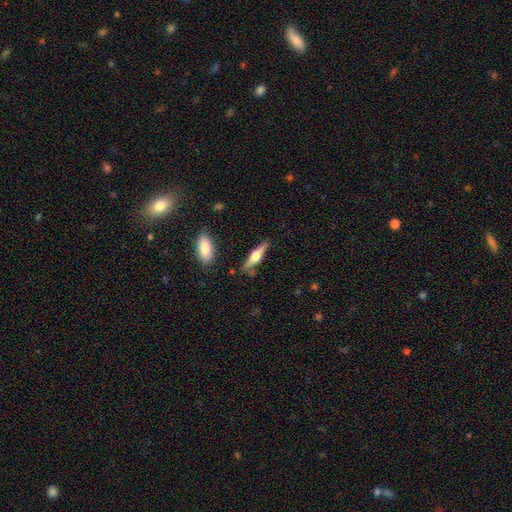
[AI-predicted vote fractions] Morphology: type=featured or disk (63%); edge-on=yes (96%); edge-on bulge=rounded (92%); merging=none (81%).